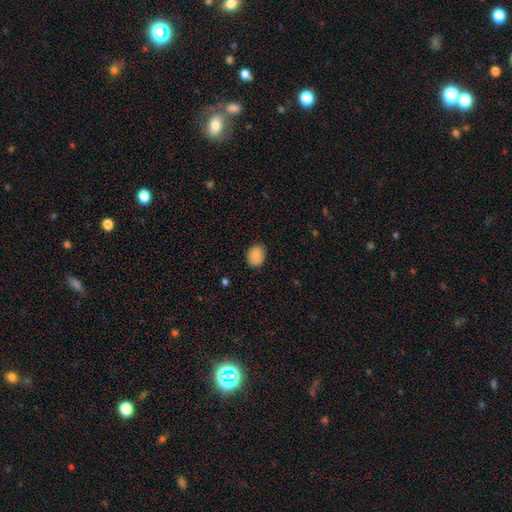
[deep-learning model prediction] A smooth galaxy with no disk features (87%) that is in between round and cigar-shaped (52%). Merging: none (85%).